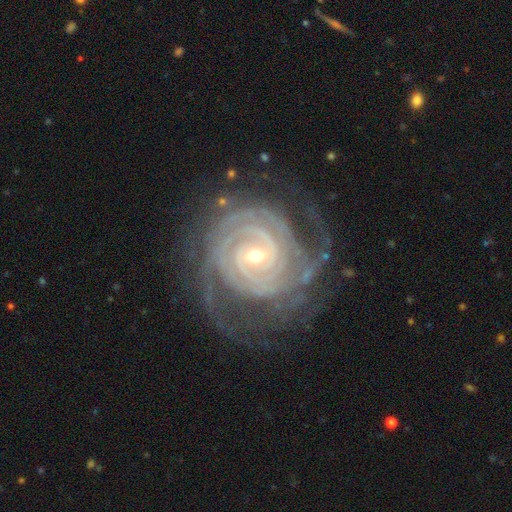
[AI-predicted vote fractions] Morphology: type=featured or disk (92%); edge-on=no (98%); bar=weak (40%); spiral arms=yes (98%); winding=tight (84%); arm count=2 (25%); bulge=small (63%); merging=none (71%).